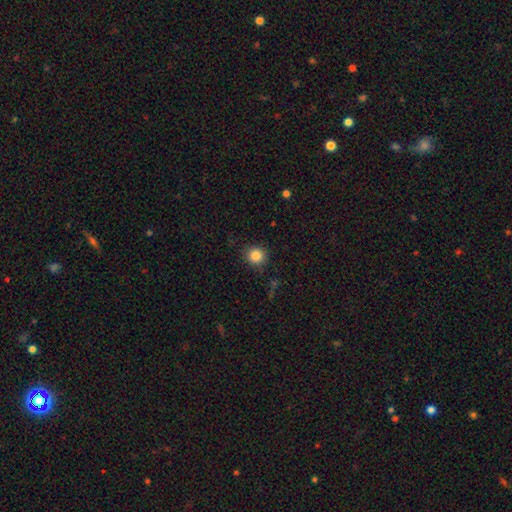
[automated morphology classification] smooth 85%, star or artifact 11%, featured or disk 5%. Down the decision tree: how rounded — round (92%); merging — none (88%).